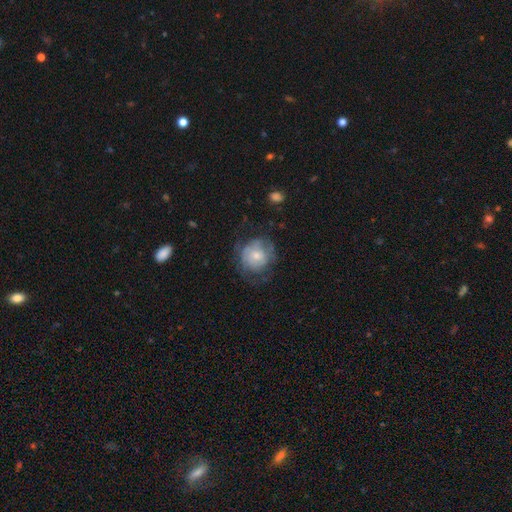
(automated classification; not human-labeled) The model was most divided on "smooth or featured" (2-way tie): featured or disk: 46%, smooth: 46%, star or artifact: 8%. More confident: merging — none (57%).